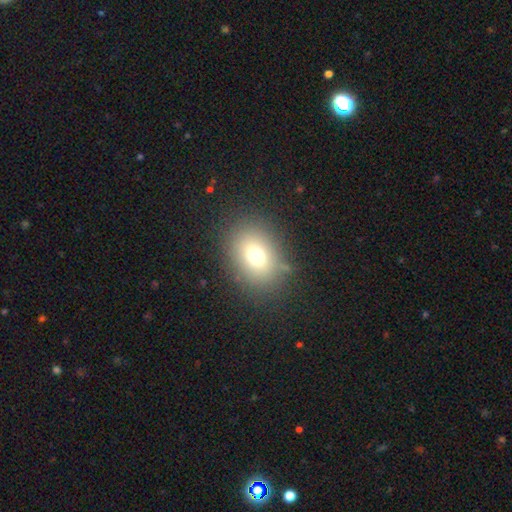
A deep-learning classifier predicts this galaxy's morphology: Smooth or featured? Predicted: smooth (p=0.72). How rounded? Predicted: in between (p=0.56). Merging? Predicted: none (p=0.82).